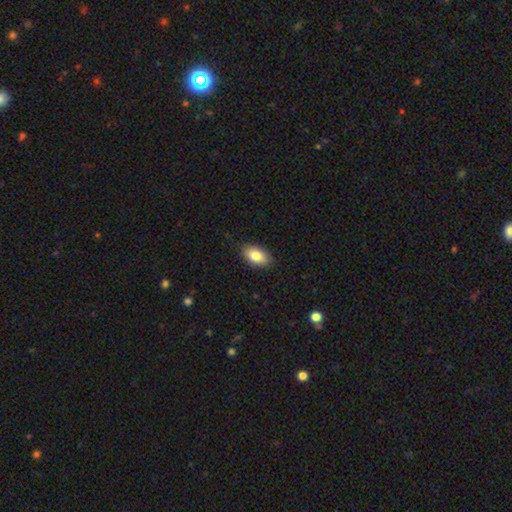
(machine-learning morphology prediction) smooth 83%, featured or disk 10%, star or artifact 7%. Down the decision tree: how rounded — in between (92%); merging — none (85%).